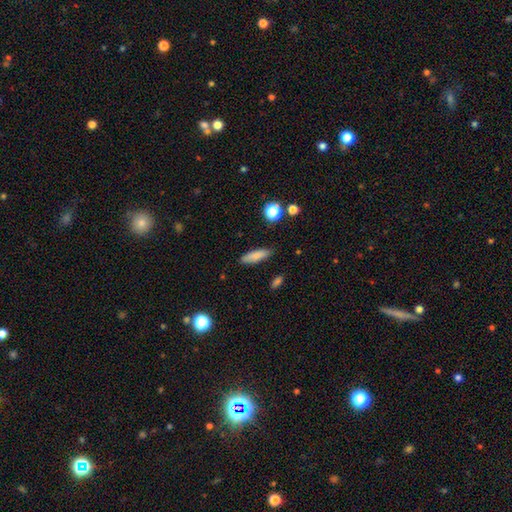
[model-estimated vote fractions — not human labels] Smooth or featured?
  - smooth: 82% *
  - featured or disk: 10%
  - star or artifact: 8%
How rounded?
  - cigar-shaped: 54% *
  - in between: 43%
  - round: 2%
Merging?
  - none: 85% *
  - minor disturbance: 10%
  - major disturbance: 2%
  - merger: 2%